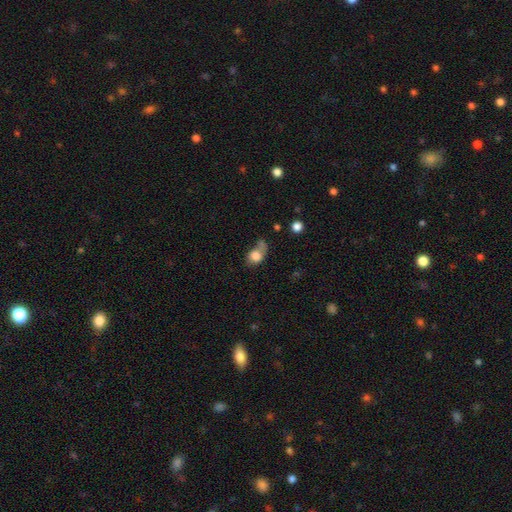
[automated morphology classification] Q: Smooth or featured?
A: smooth (73%); runner-up: featured or disk (17%)
Q: How rounded?
A: in between (54%); runner-up: round (44%)
Q: Merging?
A: major disturbance (28%); tied with: none (28%)